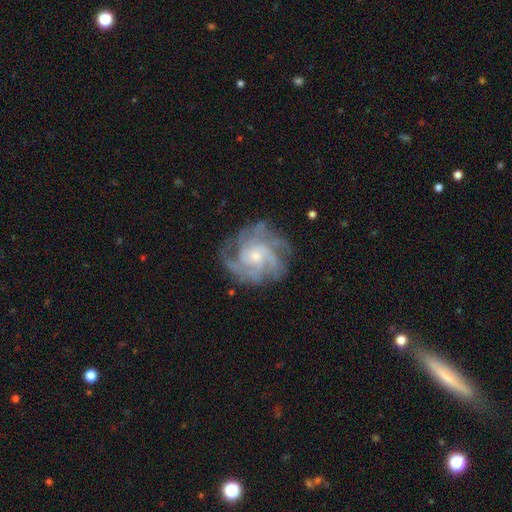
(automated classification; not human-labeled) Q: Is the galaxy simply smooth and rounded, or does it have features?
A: featured or disk — 87%.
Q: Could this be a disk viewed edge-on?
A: no — 98%.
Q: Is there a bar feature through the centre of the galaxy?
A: no — 72%.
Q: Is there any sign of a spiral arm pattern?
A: yes — 97%.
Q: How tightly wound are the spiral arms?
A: tight — 58%.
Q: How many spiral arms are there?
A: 4 — 32%.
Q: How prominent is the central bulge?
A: small — 66%.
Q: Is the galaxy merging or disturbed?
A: none — 76%.